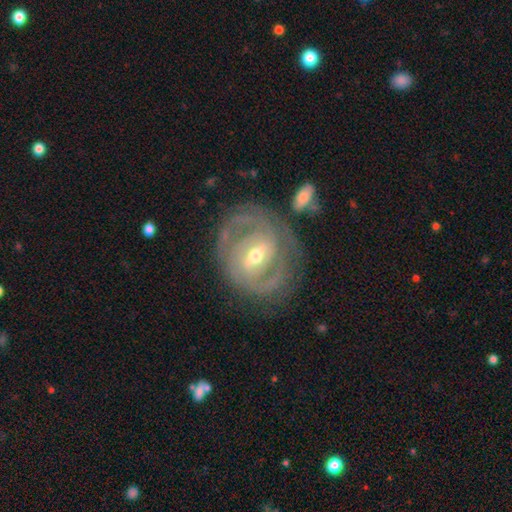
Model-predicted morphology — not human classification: Smooth or featured? Predicted: featured or disk (p=0.85). Edge-on disk? Predicted: no (p=0.96). Bar? Predicted: weak (p=0.46). Spiral arms? Predicted: yes (p=0.89). Spiral winding? Predicted: tight (p=0.67). Spiral arm count? Predicted: 2 (p=0.50). Bulge size? Predicted: moderate (p=0.57). Merging? Predicted: none (p=0.72).